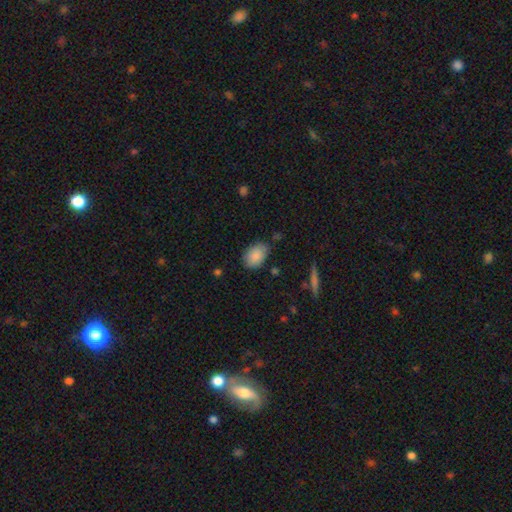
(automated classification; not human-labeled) Morphology: type=smooth (87%); roundness=in between (85%); merging=none (78%).